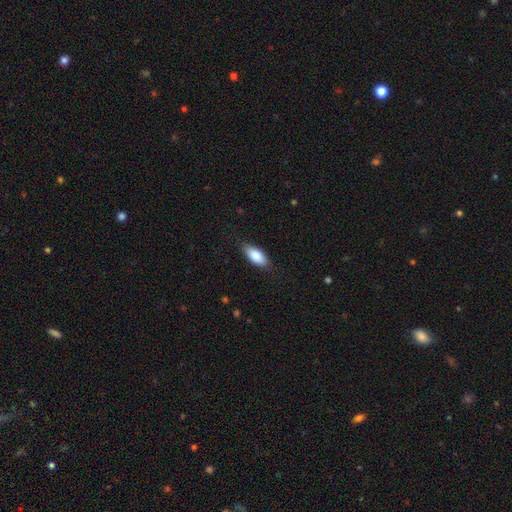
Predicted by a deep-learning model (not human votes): Q: Smooth or featured?
A: smooth (84%); runner-up: featured or disk (10%)
Q: How rounded?
A: in between (84%); runner-up: cigar-shaped (13%)
Q: Merging?
A: none (84%); runner-up: minor disturbance (12%)